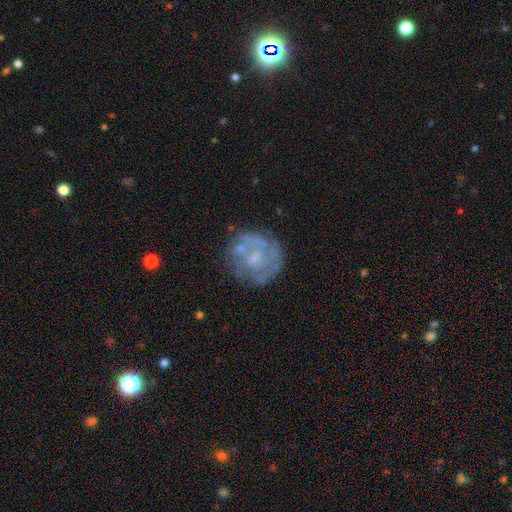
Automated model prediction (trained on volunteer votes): Smooth or featured? Predicted: featured or disk (p=0.67). Edge-on disk? Predicted: no (p=0.98). Bar? Predicted: no (p=0.72). Spiral arms? Predicted: no (p=0.51). Bulge size? Predicted: small (p=0.41). Merging? Predicted: none (p=0.66).